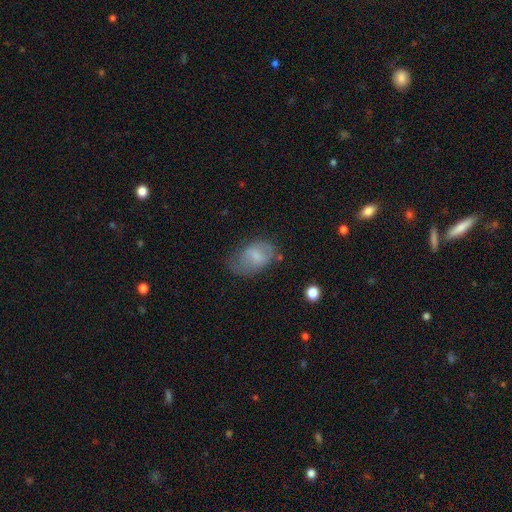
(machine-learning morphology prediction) type=smooth (60%); roundness=in between (86%); merging=none (44%).